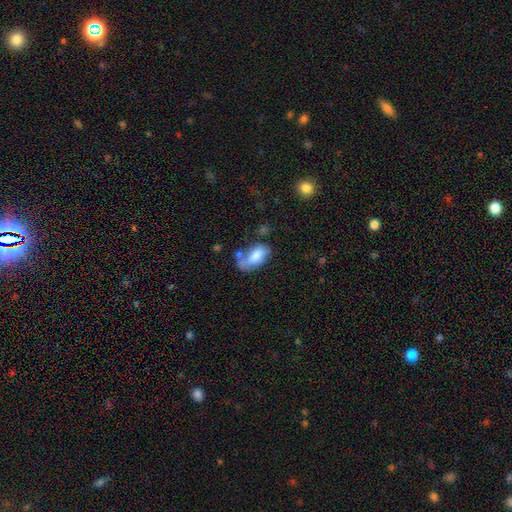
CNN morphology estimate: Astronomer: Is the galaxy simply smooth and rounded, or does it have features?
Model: smooth — 66%.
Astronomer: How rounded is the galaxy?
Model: in between — 91%.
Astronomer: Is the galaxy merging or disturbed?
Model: none — 32% (runner-up: minor disturbance, 25%).